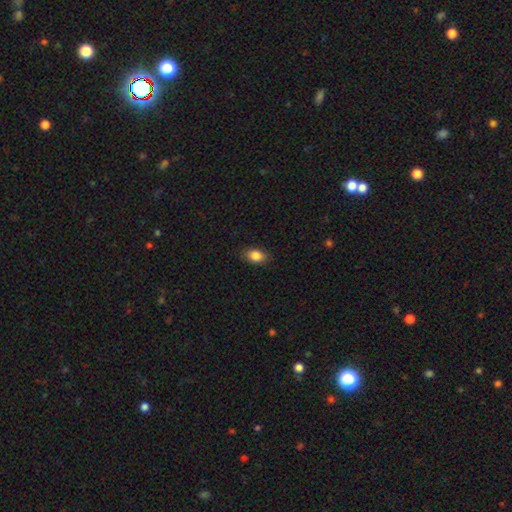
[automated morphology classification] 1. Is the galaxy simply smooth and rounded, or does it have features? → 86% smooth, 8% star or artifact, 6% featured or disk.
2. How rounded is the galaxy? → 84% in between, 14% round, 2% cigar-shaped.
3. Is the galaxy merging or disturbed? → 85% none, 11% minor disturbance, 3% major disturbance, 1% merger.